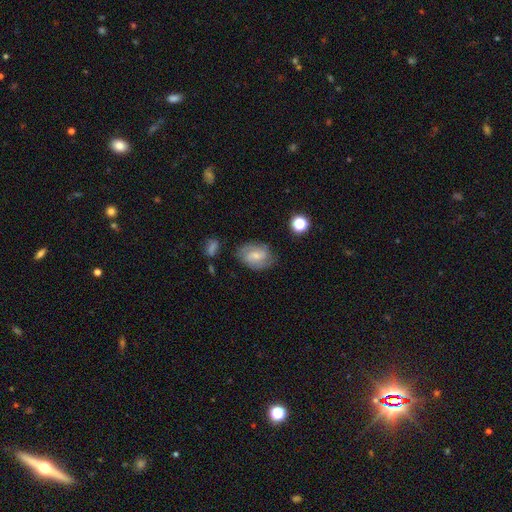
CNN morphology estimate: Smooth or featured? Predicted: featured or disk (p=0.53). Edge-on disk? Predicted: no (p=0.96). Bar? Predicted: weak (p=0.52). Spiral arms? Predicted: yes (p=0.83). Bulge size? Predicted: small (p=0.56). Merging? Predicted: none (p=0.72).